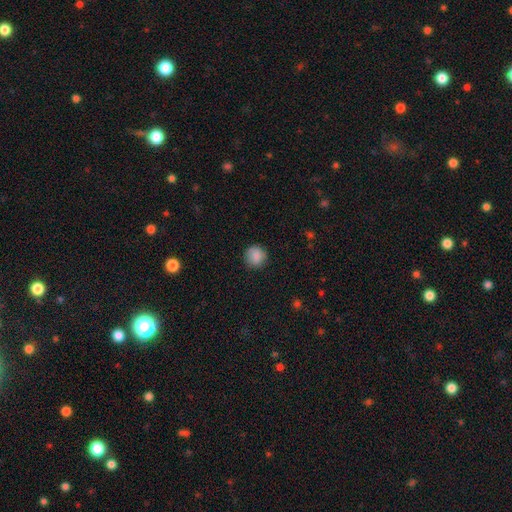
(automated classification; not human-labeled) smooth_or_featured: smooth (p=0.87) [alt: star or artifact p=0.09]
how_rounded: round (p=0.90) [alt: in between p=0.09]
merging: none (p=0.86) [alt: minor disturbance p=0.10]